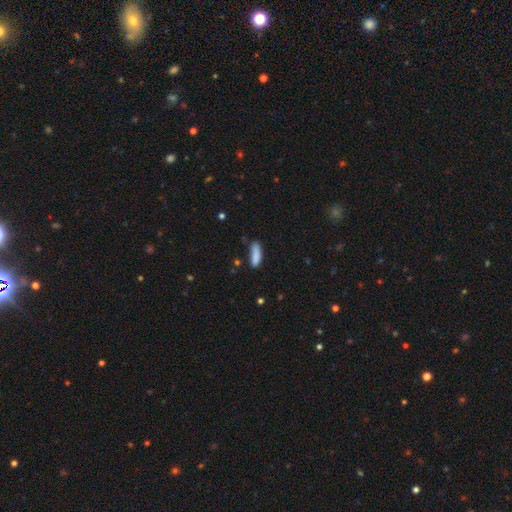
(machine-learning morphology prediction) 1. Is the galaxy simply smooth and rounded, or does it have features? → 86% smooth, 8% star or artifact, 6% featured or disk.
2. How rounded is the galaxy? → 53% cigar-shaped, 45% in between, 2% round.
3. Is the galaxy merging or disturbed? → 67% none, 24% minor disturbance, 5% major disturbance, 4% merger.